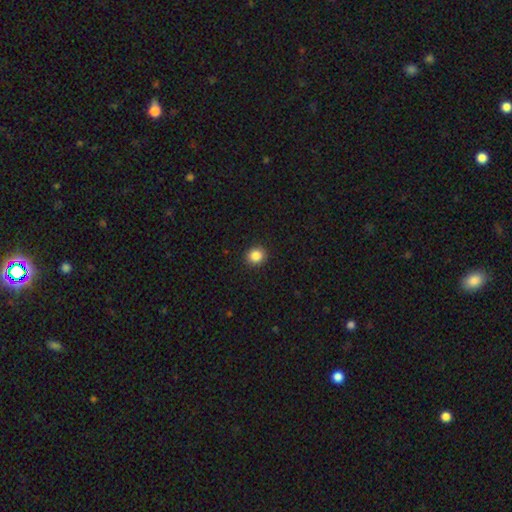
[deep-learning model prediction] smooth_or_featured: smooth (p=0.86) [alt: star or artifact p=0.10]
how_rounded: round (p=0.87) [alt: in between p=0.12]
merging: none (p=0.93) [alt: minor disturbance p=0.05]